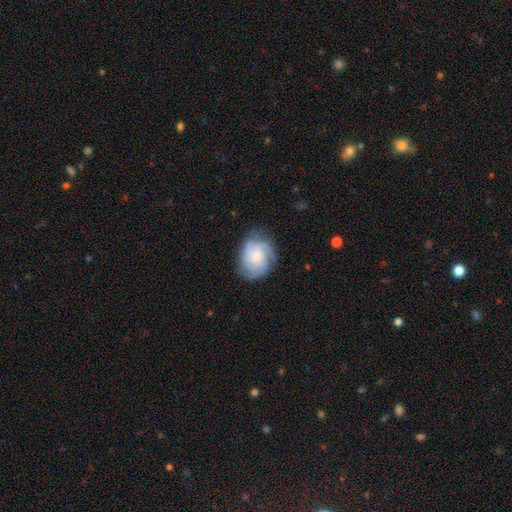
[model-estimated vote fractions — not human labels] A featured or disk galaxy (71%) with no bar (73%), 3 (32%) tight (57%) spiral arms (95%) and a small central bulge (48%).

Vote fractions:
- Smooth or featured? featured or disk: 71% / smooth: 22% / star or artifact: 7%
- Edge-on disk? no: 98% / yes: 2%
- Bar? no: 73% / weak: 24% / strong: 3%
- Spiral arms? yes: 95% / no: 5%
- Spiral winding? tight: 57% / medium: 34% / loose: 9%
- Spiral arm count? 3: 32% / can't tell: 27% / 4: 18% / 2: 12% / 1: 6% / more than 4: 6%
- Bulge size? small: 48% / moderate: 34% / none: 10% / large: 7% / dominant: 2%
- Merging? none: 71% / minor disturbance: 20% / major disturbance: 8% / merger: 1%